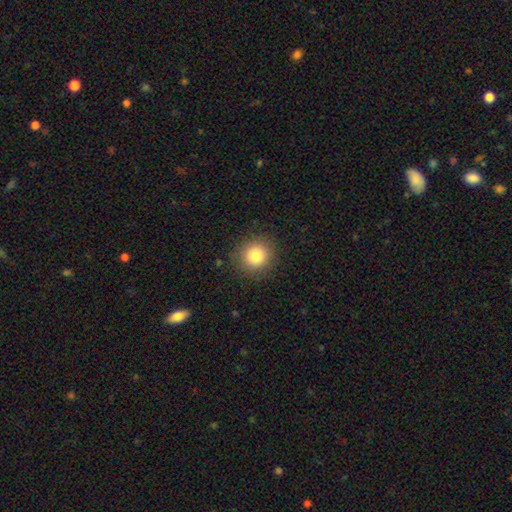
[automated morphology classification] Smooth or featured? Predicted: smooth (p=0.82). How rounded? Predicted: round (p=0.90). Merging? Predicted: none (p=0.89).